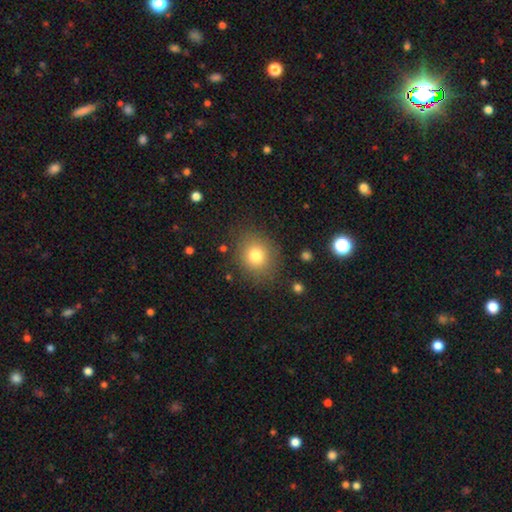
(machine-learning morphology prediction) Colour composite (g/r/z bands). It shows a smooth galaxy with no disk features (78%) that is round (74%). Merging: none (82%).